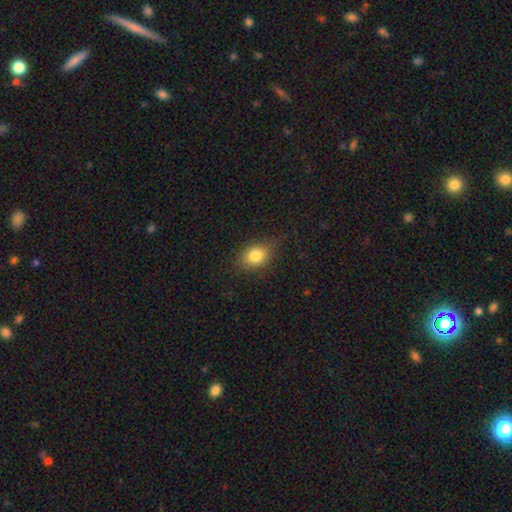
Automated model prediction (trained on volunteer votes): Morphology: type=smooth (81%); roundness=in between (58%); merging=none (74%).